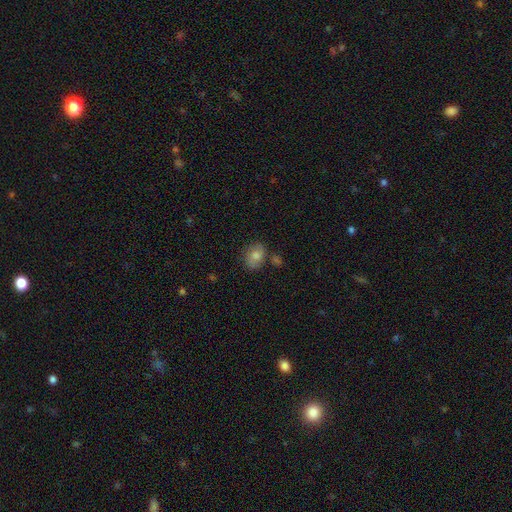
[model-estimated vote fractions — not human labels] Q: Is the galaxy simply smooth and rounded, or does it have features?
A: smooth — 69%.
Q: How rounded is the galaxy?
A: in between — 59%.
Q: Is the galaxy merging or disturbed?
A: none — 73%.